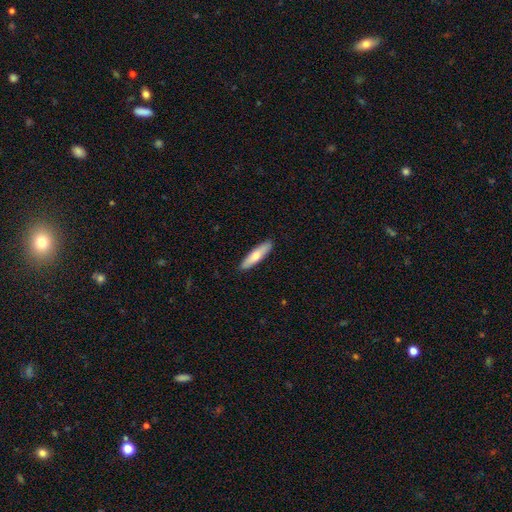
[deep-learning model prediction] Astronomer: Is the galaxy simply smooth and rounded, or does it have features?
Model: smooth — 65%.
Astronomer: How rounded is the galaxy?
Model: cigar-shaped — 78%.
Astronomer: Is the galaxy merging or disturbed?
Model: none — 91%.